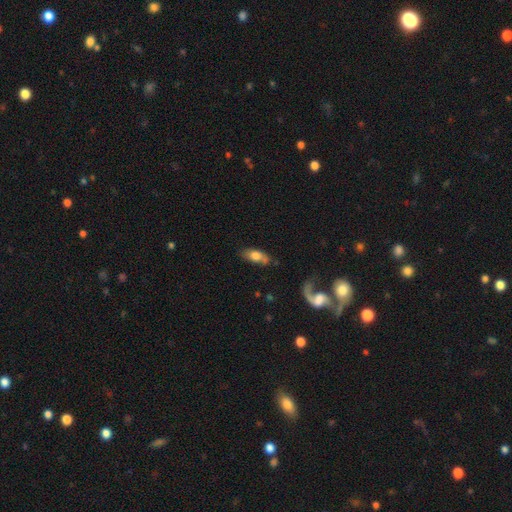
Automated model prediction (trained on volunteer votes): Overall: smooth (66%; featured or disk 27%). How rounded: in between (81%). Merging: none (59%; minor disturbance 24%).